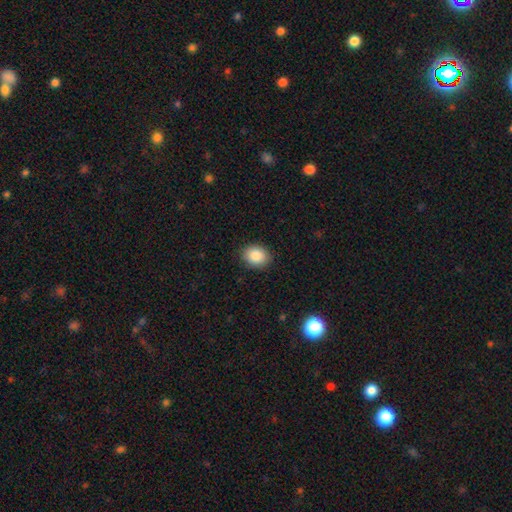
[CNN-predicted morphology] smooth_or_featured: smooth (p=0.87) [alt: star or artifact p=0.08]
how_rounded: in between (p=0.56) [alt: round p=0.43]
merging: none (p=0.89) [alt: minor disturbance p=0.08]